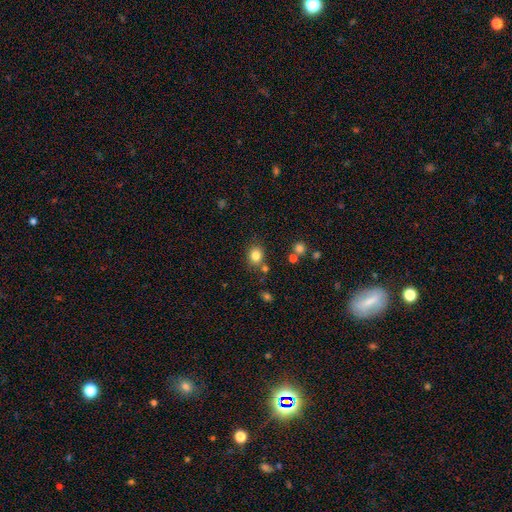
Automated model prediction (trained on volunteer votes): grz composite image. It shows a smooth galaxy with no disk features (82%) that is round (72%). Merging: none (76%).